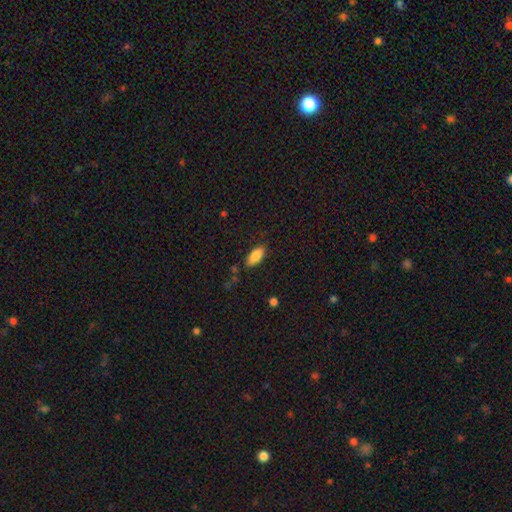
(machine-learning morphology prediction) Smooth or featured: smooth — 84% (featured or disk — 9%)
How rounded: in between — 86% (cigar-shaped — 12%)
Merging: none — 79% (minor disturbance — 15%)